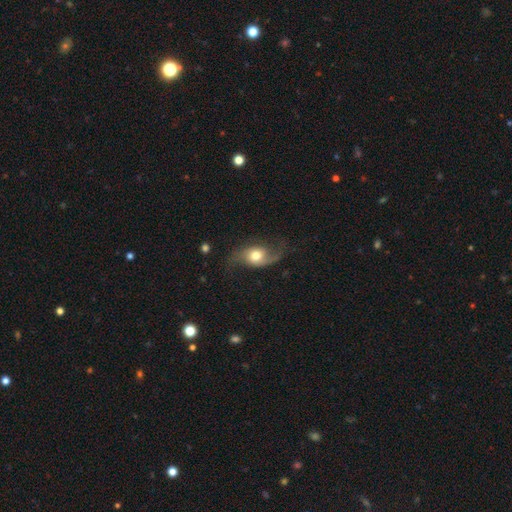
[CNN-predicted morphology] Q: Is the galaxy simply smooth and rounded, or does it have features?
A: featured or disk — 67%.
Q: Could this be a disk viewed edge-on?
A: no — 93%.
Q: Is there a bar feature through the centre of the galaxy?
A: no — 71%.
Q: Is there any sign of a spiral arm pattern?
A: yes — 91%.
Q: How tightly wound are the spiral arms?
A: loose — 78%.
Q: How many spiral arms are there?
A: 2 — 88%.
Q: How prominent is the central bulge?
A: moderate — 61%.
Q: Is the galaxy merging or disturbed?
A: none — 62%.